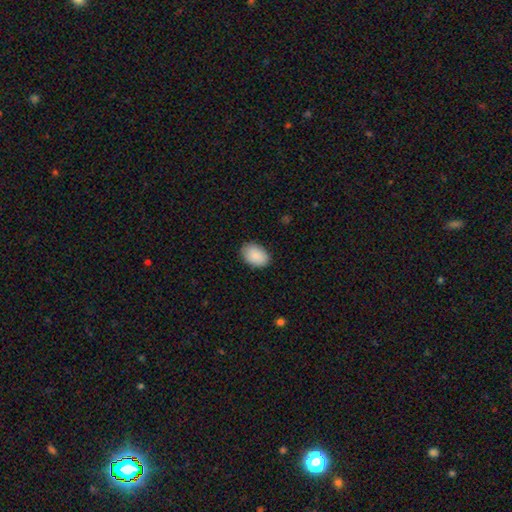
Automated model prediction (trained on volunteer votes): Morphology: type=smooth (89%); roundness=in between (86%); merging=none (86%).